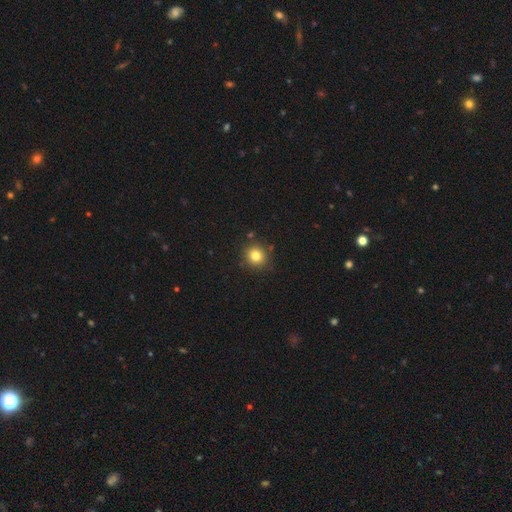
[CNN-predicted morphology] A smooth galaxy with no disk features (81%) that is round (89%).

Vote fractions:
- Smooth or featured? smooth: 81% / star or artifact: 12% / featured or disk: 7%
- How rounded? round: 89% / in between: 11% / cigar-shaped: 1%
- Merging? none: 87% / minor disturbance: 8% / merger: 3% / major disturbance: 2%